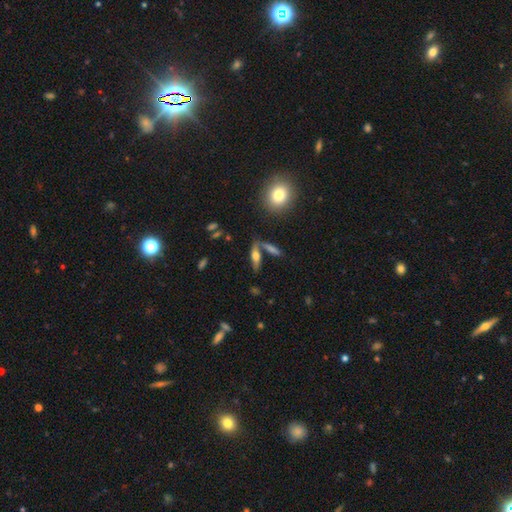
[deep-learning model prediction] Smooth or featured? smooth (48%)
Merging? none (58%)